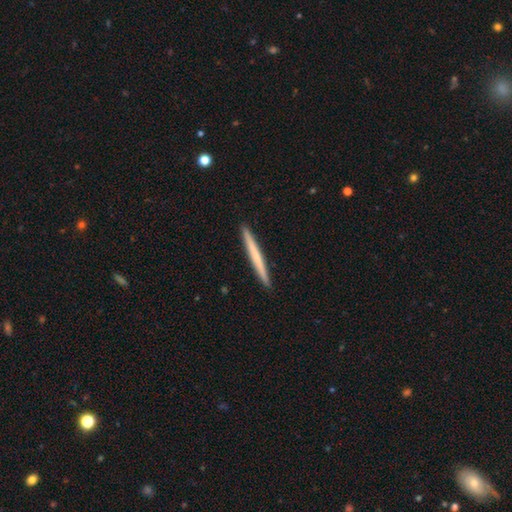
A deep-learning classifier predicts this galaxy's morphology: This is possibly a smooth galaxy (57%). How rounded: clearly cigar-shaped (97%). Merging: clearly none (93%).